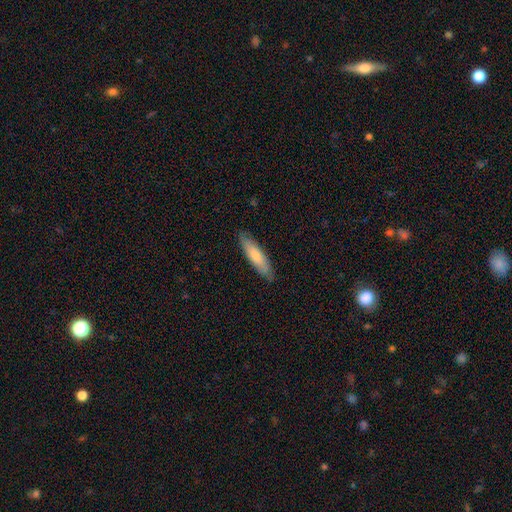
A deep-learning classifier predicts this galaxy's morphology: Smooth or featured: smooth — 74% (featured or disk — 21%)
How rounded: cigar-shaped — 71% (in between — 28%)
Merging: none — 85% (minor disturbance — 12%)